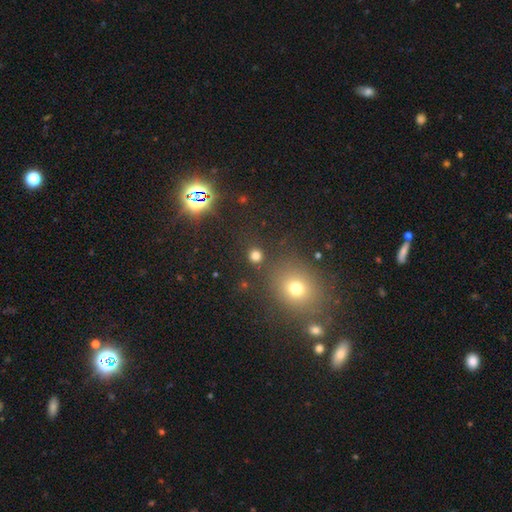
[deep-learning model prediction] Overall: smooth (76%). How rounded: round (88%). Merging: none (85%).